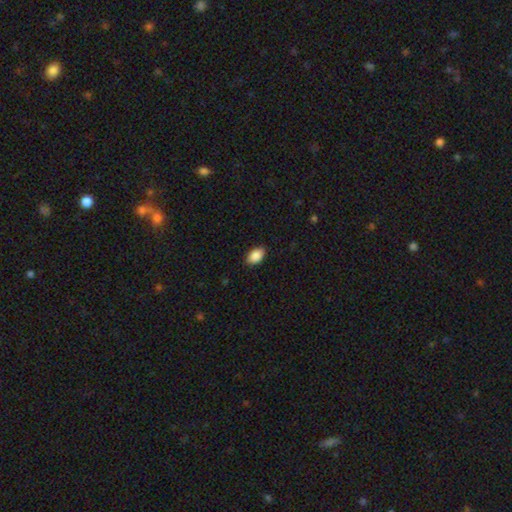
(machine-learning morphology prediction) The model was most divided on "merging": none: 87%, minor disturbance: 10%, major disturbance: 2%, merger: 1%. More confident: how rounded — in between (90%); smooth or featured — smooth (89%).